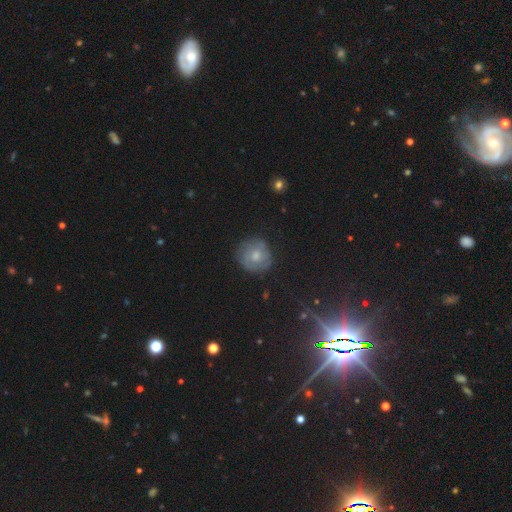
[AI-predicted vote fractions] Morphology: type=featured or disk (47%); merging=none (75%).